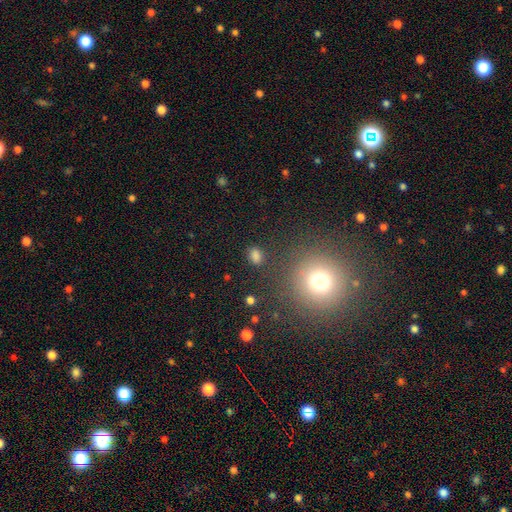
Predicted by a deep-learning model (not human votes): The model was most divided on "how rounded": round: 52%, in between: 46%, cigar-shaped: 2%. More confident: merging — none (82%); smooth or featured — smooth (75%).